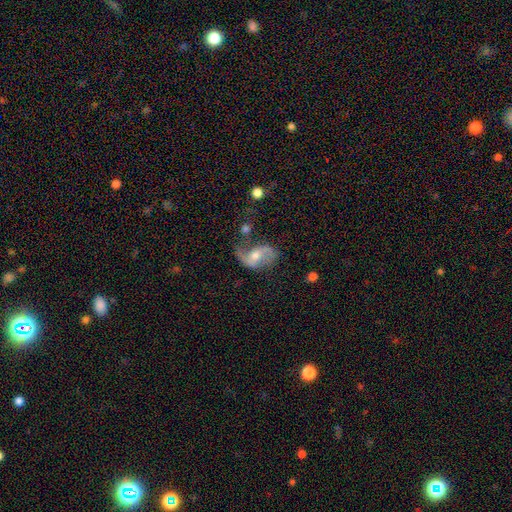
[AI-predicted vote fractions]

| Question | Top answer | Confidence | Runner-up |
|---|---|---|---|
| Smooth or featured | featured or disk | 80% | smooth (13%) |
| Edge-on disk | no | 97% | yes (3%) |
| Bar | no | 45% | weak (41%) |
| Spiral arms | yes | 92% | no (8%) |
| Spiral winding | loose | 65% | medium (28%) |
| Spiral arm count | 2 | 88% | 1 (5%) |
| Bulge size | moderate | 63% | small (28%) |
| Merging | none | 54% | minor disturbance (23%) |